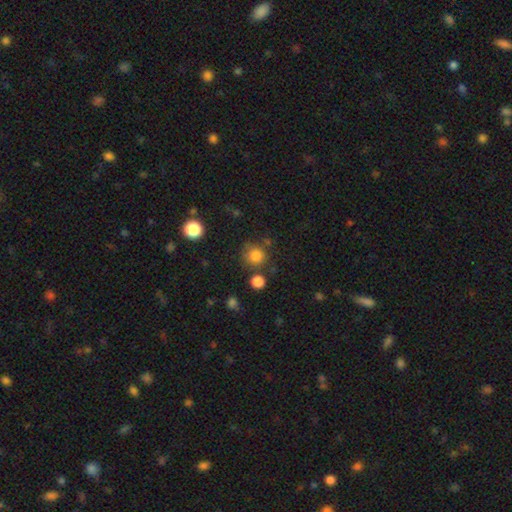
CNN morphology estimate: Smooth or featured?
  - smooth: 81% *
  - star or artifact: 13%
  - featured or disk: 6%
How rounded?
  - round: 90% *
  - in between: 9%
  - cigar-shaped: 1%
Merging?
  - none: 73% *
  - minor disturbance: 13%
  - merger: 9%
  - major disturbance: 5%